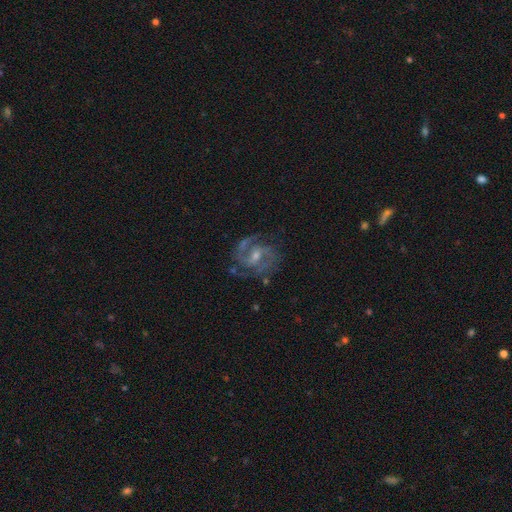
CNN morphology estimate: smooth-or-featured: featured or disk: 90% | star or artifact: 6% | smooth: 5%
  disk-edge-on: no: 98% | yes: 2%
    bar: weak: 52% | no: 27% | strong: 21%
    has-spiral-arms: yes: 97% | no: 3%
      spiral-winding: medium: 56% | tight: 33% | loose: 11%
      spiral-arm-count: 2: 75% | 3: 12% | can't tell: 6% | 1: 3% | 4: 2% | more than 4: 2%
    bulge-size: small: 50% | moderate: 45% | none: 3% | large: 2% | dominant: 1%
  merging: none: 74% | minor disturbance: 16% | major disturbance: 8% | merger: 2%